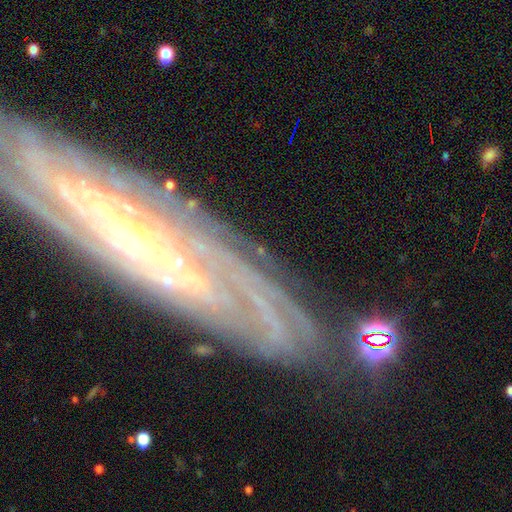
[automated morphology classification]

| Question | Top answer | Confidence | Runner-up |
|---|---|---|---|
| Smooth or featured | featured or disk | 81% | smooth (11%) |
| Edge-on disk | no | 66% | yes (34%) |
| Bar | no | 67% | weak (22%) |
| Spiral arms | yes | 92% | no (8%) |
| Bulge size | small | 79% | moderate (15%) |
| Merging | none | 80% | minor disturbance (13%) |